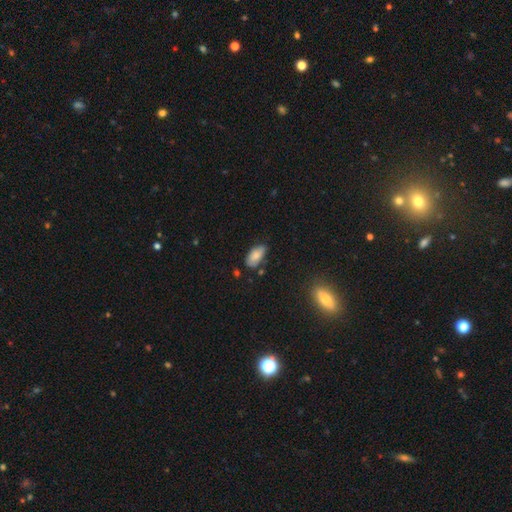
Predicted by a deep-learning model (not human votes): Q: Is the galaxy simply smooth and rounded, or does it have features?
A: smooth — 77%.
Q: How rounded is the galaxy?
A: in between — 93%.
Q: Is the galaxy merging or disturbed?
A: none — 64%.